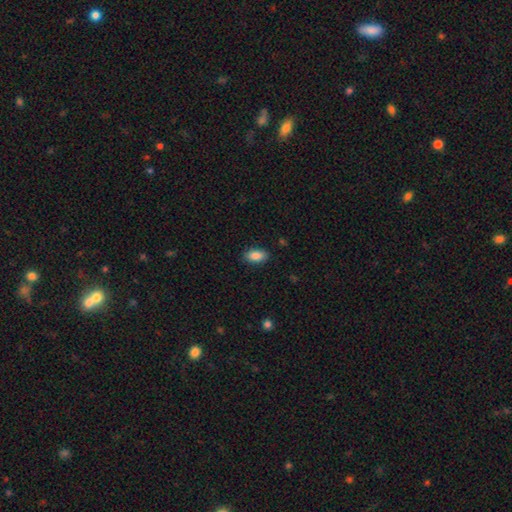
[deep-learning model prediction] Morphology: type=smooth (87%); roundness=in between (91%); merging=none (86%).